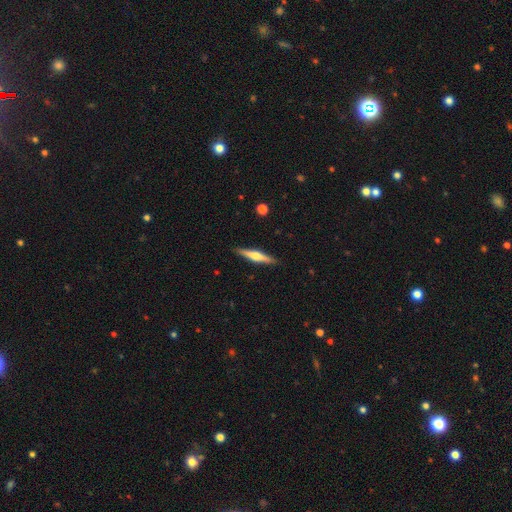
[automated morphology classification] Smooth or featured? Predicted: featured or disk (p=0.56). Edge-on disk? Predicted: yes (p=0.97). Edge-on bulge? Predicted: rounded (p=0.84). Merging? Predicted: none (p=0.90).